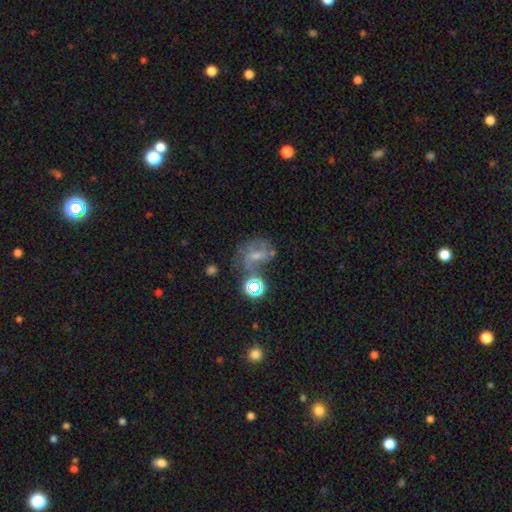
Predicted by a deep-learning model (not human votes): A featured or disk galaxy (46%).

Vote fractions:
- Smooth or featured? featured or disk: 46% / smooth: 29% / star or artifact: 24%
- Merging? none: 37% / major disturbance: 28% / minor disturbance: 20% / merger: 15%